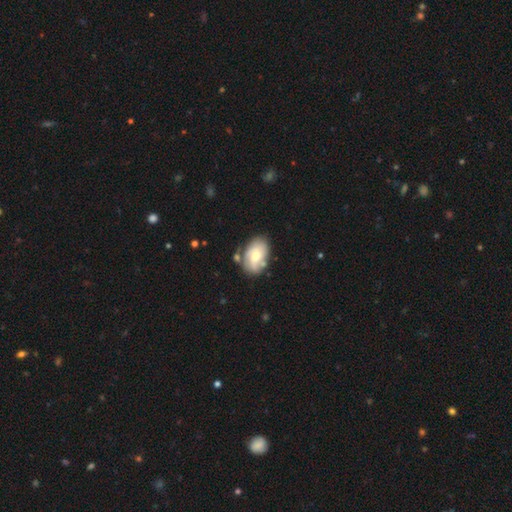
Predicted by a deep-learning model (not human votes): Overall: featured or disk (48%; smooth 45%). Merging: none (60%; minor disturbance 23%).